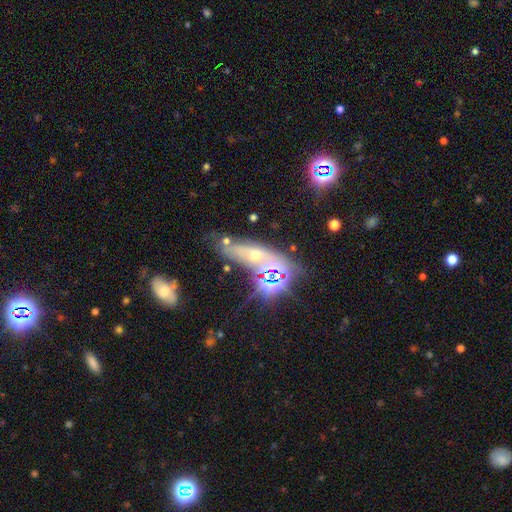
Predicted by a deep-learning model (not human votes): Morphology: type=star or artifact (41%).